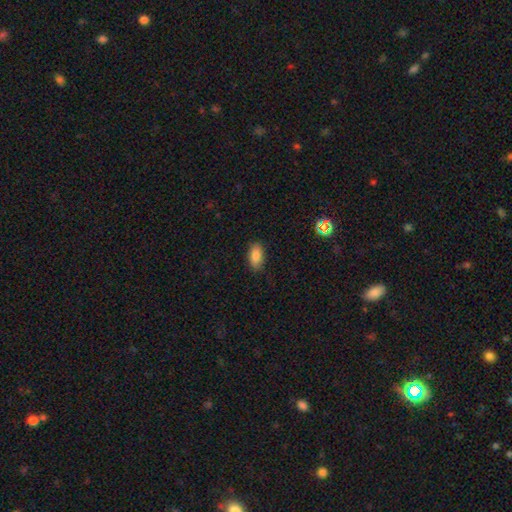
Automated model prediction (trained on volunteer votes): This is clearly a smooth galaxy (85%). How rounded: clearly in between (91%). Merging: clearly none (84%).